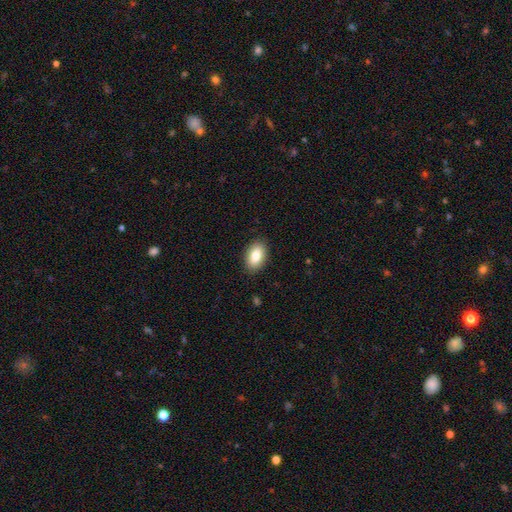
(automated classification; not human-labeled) Morphology: type=smooth (83%); roundness=in between (91%); merging=none (89%).